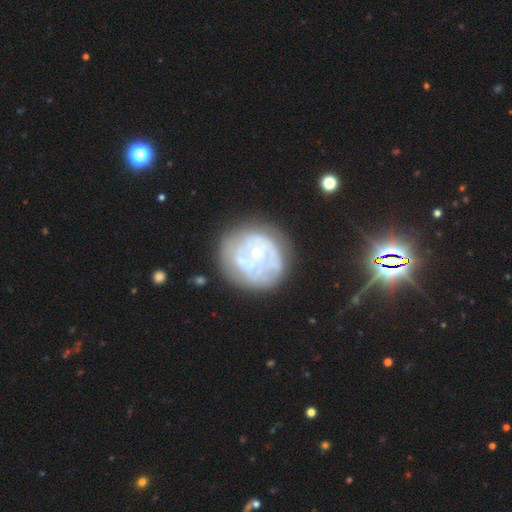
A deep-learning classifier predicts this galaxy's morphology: A featured or disk galaxy (68%) with no bar (78%), spiral arms (56%) and a small central bulge (76%).

Vote fractions:
- Smooth or featured? featured or disk: 68% / smooth: 24% / star or artifact: 8%
- Edge-on disk? no: 98% / yes: 2%
- Bar? no: 78% / weak: 17% / strong: 5%
- Spiral arms? yes: 56% / no: 44%
- Bulge size? small: 76% / moderate: 16% / none: 5% / large: 2% / dominant: 1%
- Merging? none: 62% / minor disturbance: 20% / major disturbance: 13% / merger: 4%